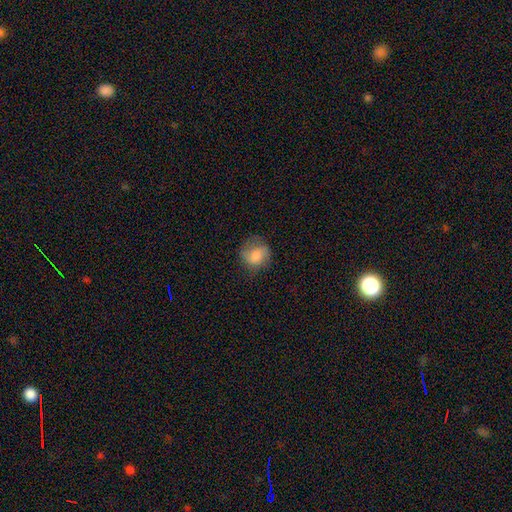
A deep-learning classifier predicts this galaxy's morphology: Smooth or featured?
  - smooth: 65% *
  - featured or disk: 26%
  - star or artifact: 9%
How rounded?
  - round: 73% *
  - in between: 26%
  - cigar-shaped: 1%
Merging?
  - none: 67% *
  - minor disturbance: 22%
  - major disturbance: 10%
  - merger: 1%